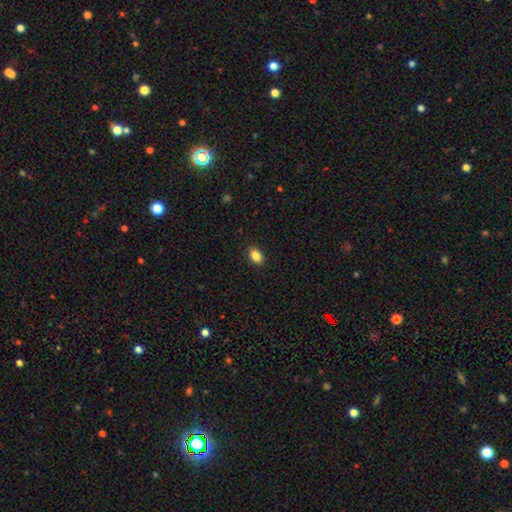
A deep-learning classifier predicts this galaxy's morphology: smooth 86%, star or artifact 9%, featured or disk 5%. Down the decision tree: how rounded — in between (87%); merging — none (89%).